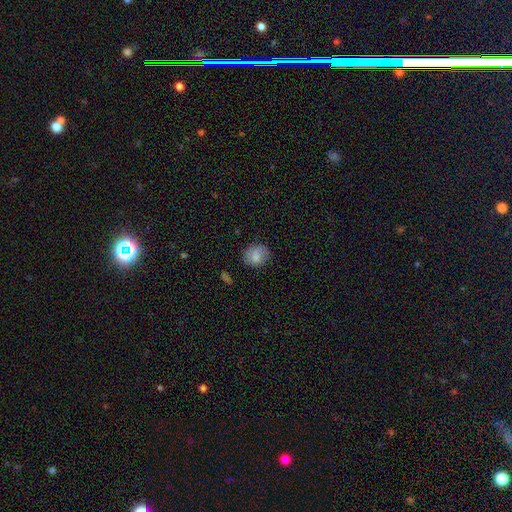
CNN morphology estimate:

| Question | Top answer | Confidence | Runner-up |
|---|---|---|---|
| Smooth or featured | smooth | 82% | featured or disk (9%) |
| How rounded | round | 58% | in between (41%) |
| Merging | none | 77% | minor disturbance (17%) |